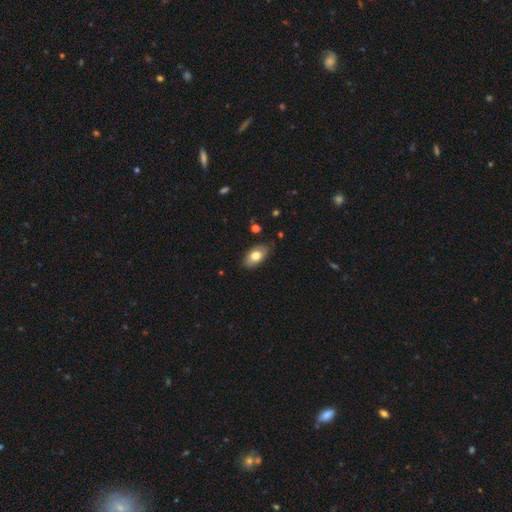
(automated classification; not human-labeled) smooth-or-featured: smooth: 77% | featured or disk: 16% | star or artifact: 7%
  how-rounded: in between: 93% | round: 5% | cigar-shaped: 2%
  merging: none: 80% | minor disturbance: 16% | major disturbance: 3% | merger: 1%